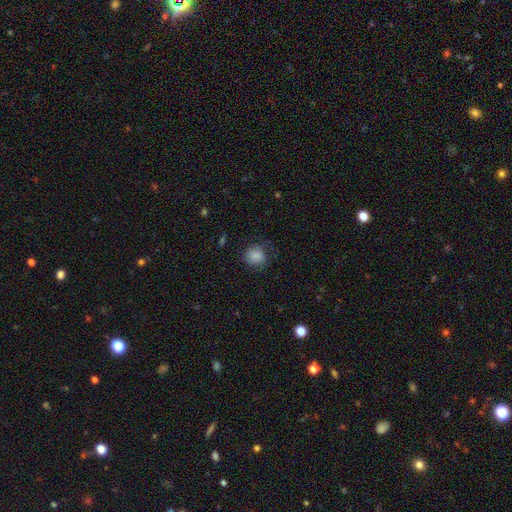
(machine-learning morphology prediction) Smooth or featured? Predicted: smooth (p=0.83). How rounded? Predicted: round (p=0.79). Merging? Predicted: none (p=0.71).